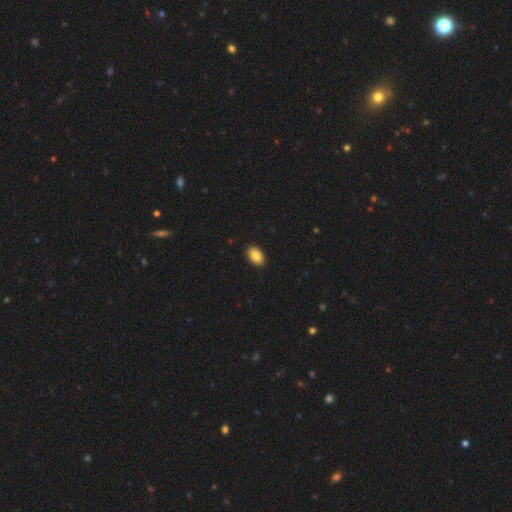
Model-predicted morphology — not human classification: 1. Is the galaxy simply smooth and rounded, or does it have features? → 87% smooth, 7% star or artifact, 6% featured or disk.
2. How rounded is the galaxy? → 88% in between, 11% round, 1% cigar-shaped.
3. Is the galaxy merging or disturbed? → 91% none, 7% minor disturbance, 2% major disturbance, 1% merger.